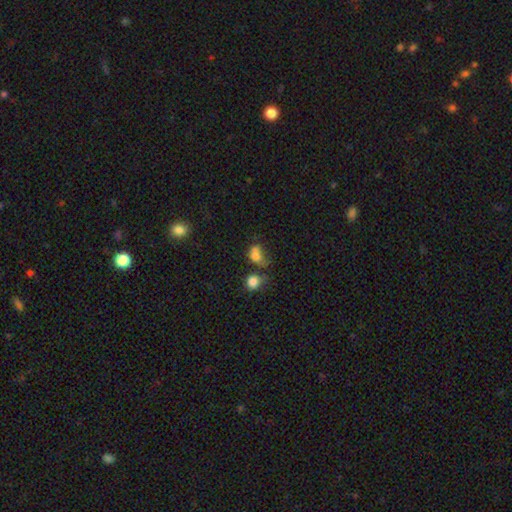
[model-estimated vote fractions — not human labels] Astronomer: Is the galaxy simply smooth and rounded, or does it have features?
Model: smooth — 70%.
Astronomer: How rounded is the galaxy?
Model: in between — 50% (runner-up: round, 48%).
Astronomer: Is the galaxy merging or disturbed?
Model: merger — 46% (runner-up: none, 23%).